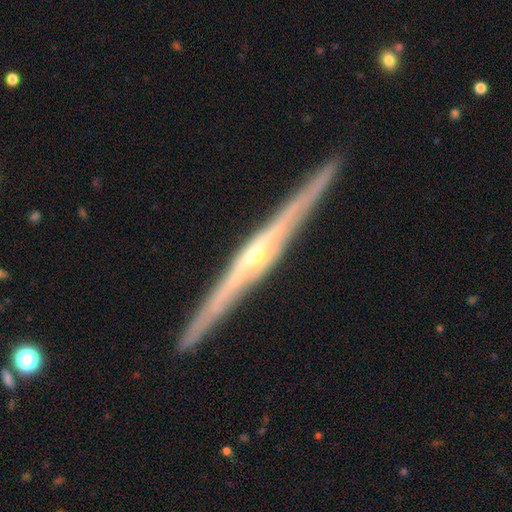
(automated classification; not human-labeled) Smooth or featured? featured or disk (88%)
Edge-on disk? yes (98%)
Edge-on bulge? rounded (76%)
Merging? none (92%)